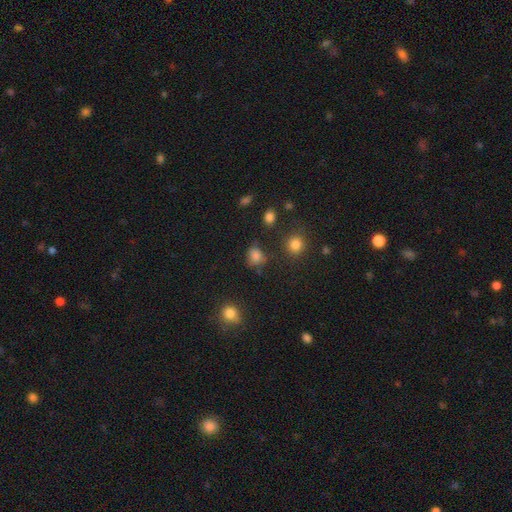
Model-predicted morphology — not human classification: Overall: smooth (79%). How rounded: round (63%; in between 36%). Merging: none (63%).